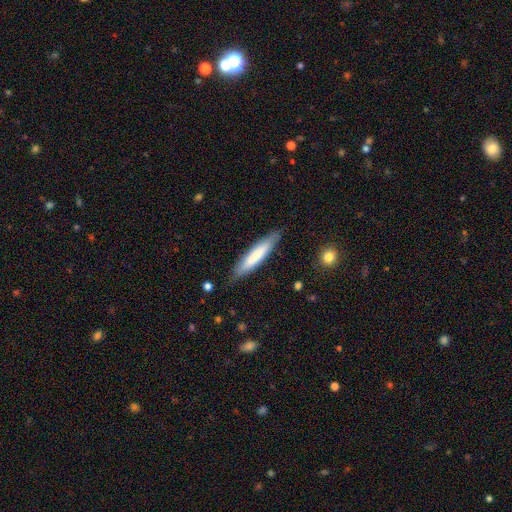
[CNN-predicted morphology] Smooth or featured? Predicted: smooth (p=0.73). How rounded? Predicted: cigar-shaped (p=0.87). Merging? Predicted: none (p=0.84).